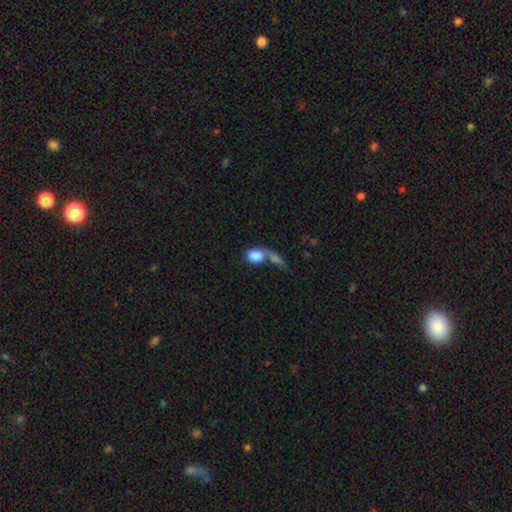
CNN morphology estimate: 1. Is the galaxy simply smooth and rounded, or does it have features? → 81% smooth, 12% featured or disk, 8% star or artifact.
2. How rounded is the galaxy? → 67% in between, 30% round, 3% cigar-shaped.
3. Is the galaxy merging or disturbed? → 57% merger, 23% none, 11% major disturbance, 9% minor disturbance.